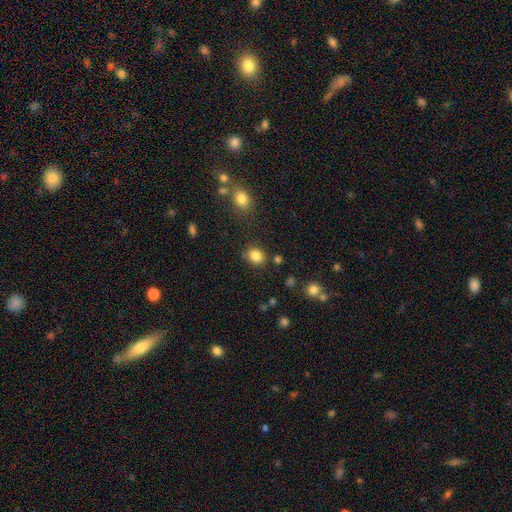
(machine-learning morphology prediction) Smooth or featured? smooth (84%)
How rounded? round (55%)
Merging? none (77%)